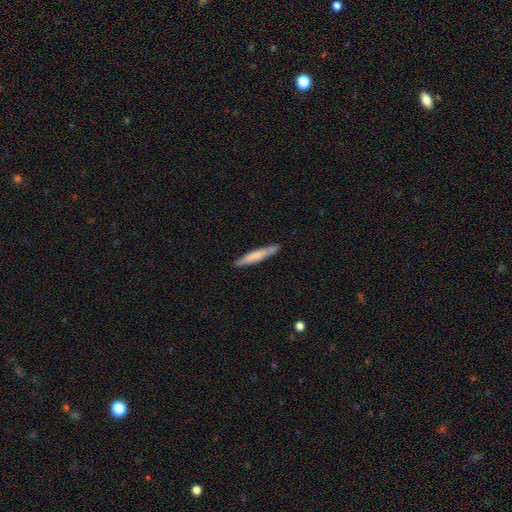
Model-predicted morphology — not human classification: Smooth or featured? Predicted: smooth (p=0.68). How rounded? Predicted: cigar-shaped (p=0.95). Merging? Predicted: none (p=0.89).